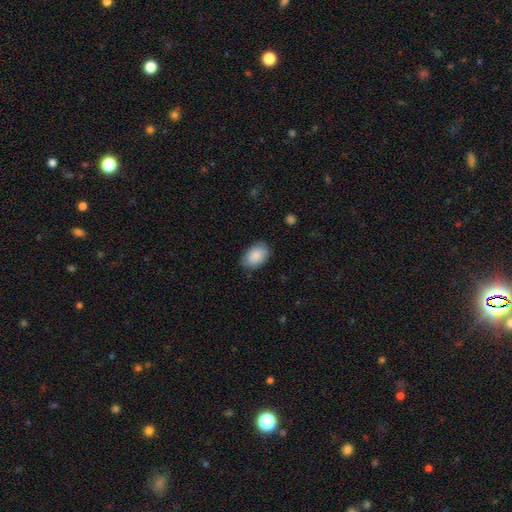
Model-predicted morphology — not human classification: This is clearly a smooth galaxy (87%). How rounded: clearly in between (88%). Merging: likely none (77%).